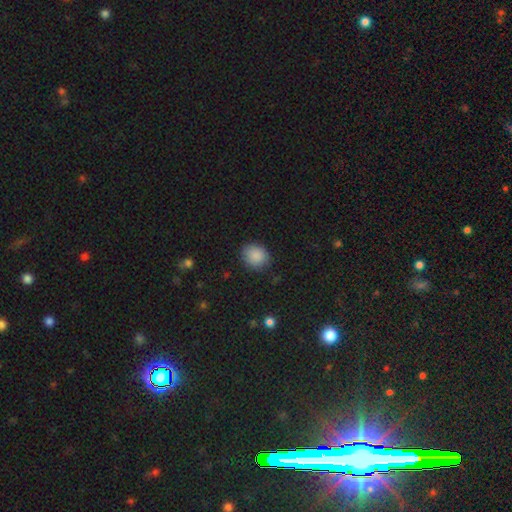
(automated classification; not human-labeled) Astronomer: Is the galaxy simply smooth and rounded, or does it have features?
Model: smooth — 88%.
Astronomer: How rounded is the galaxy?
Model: round — 68%.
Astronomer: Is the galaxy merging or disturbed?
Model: none — 84%.